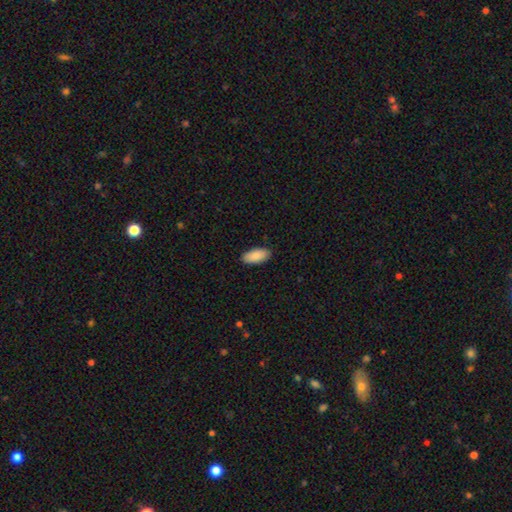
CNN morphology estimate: Smooth or featured? smooth (89%)
How rounded? in between (92%)
Merging? none (89%)